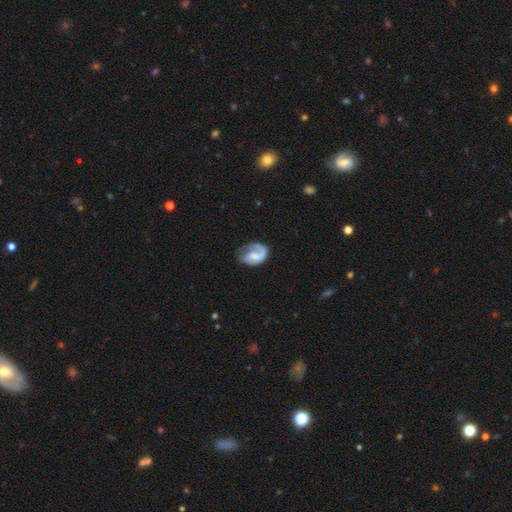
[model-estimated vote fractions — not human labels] A featured or disk galaxy (66%) with no bar (51%), 1 (71%) medium (37%) spiral arms (89%) and a small central bulge (31%). Merging: none (46%).